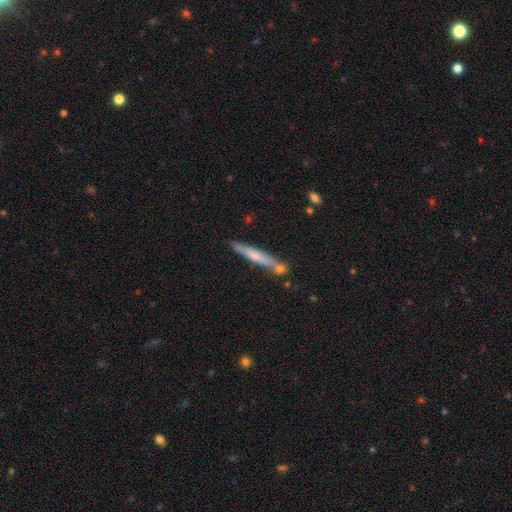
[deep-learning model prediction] A smooth galaxy with no disk features (51%) that is cigar-shaped (95%).

Vote fractions:
- Smooth or featured? smooth: 51% / featured or disk: 43% / star or artifact: 6%
- How rounded? cigar-shaped: 95% / in between: 4% / round: 1%
- Merging? none: 75% / minor disturbance: 12% / merger: 10% / major disturbance: 3%